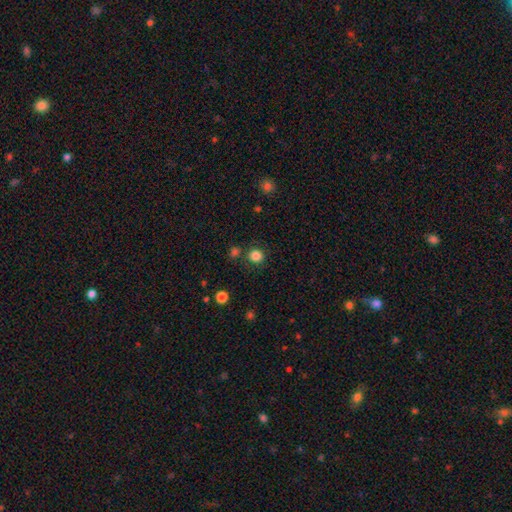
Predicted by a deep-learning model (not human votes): A smooth galaxy with no disk features (84%) that is round (89%). Merging: none (81%).